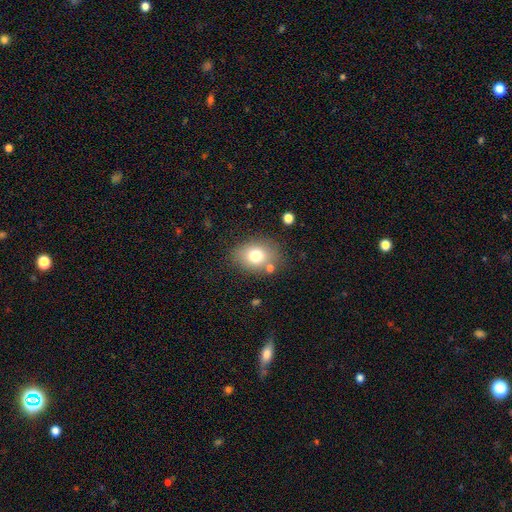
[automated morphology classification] Q: Smooth or featured?
A: smooth (76%); runner-up: featured or disk (13%)
Q: How rounded?
A: in between (55%); runner-up: round (44%)
Q: Merging?
A: none (75%); runner-up: minor disturbance (14%)